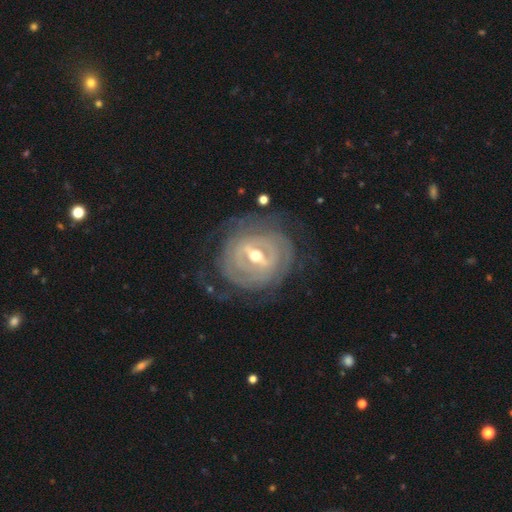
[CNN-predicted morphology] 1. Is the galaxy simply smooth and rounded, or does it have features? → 88% featured or disk, 8% smooth, 4% star or artifact.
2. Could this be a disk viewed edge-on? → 94% no, 6% yes.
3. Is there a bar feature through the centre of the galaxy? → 58% strong, 33% weak, 10% no.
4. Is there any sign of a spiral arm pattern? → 80% yes, 20% no.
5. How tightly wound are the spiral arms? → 77% tight, 16% medium, 7% loose.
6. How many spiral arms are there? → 47% can't tell, 20% 2, 11% 3, 9% 4, 7% more than 4, 6% 1.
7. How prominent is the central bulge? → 70% moderate, 23% small, 5% large, 1% dominant, 1% none.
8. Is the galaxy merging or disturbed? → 73% none, 15% minor disturbance, 10% major disturbance, 2% merger.